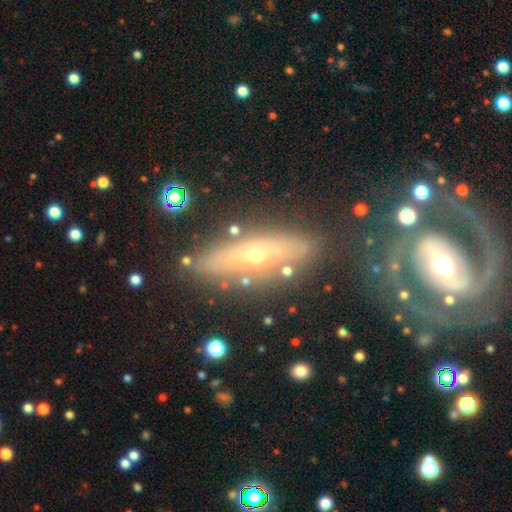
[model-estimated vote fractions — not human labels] featured or disk 56%, smooth 34%, star or artifact 10%. Down the decision tree: edge-on disk — yes (55%); merging — none (75%).